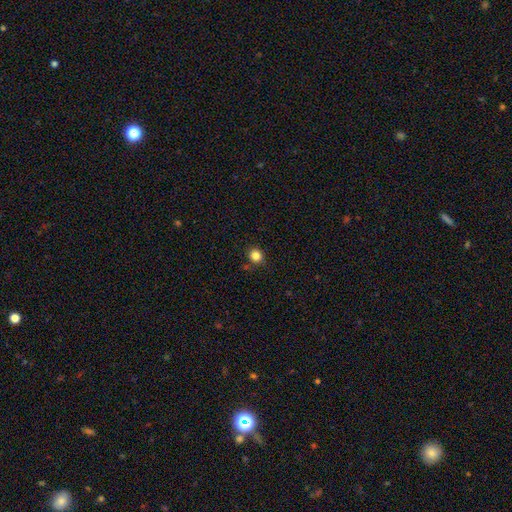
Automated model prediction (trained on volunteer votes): smooth-or-featured: smooth: 84% | star or artifact: 12% | featured or disk: 4%
  how-rounded: round: 87% | in between: 13% | cigar-shaped: 1%
  merging: none: 85% | minor disturbance: 9% | merger: 4% | major disturbance: 2%